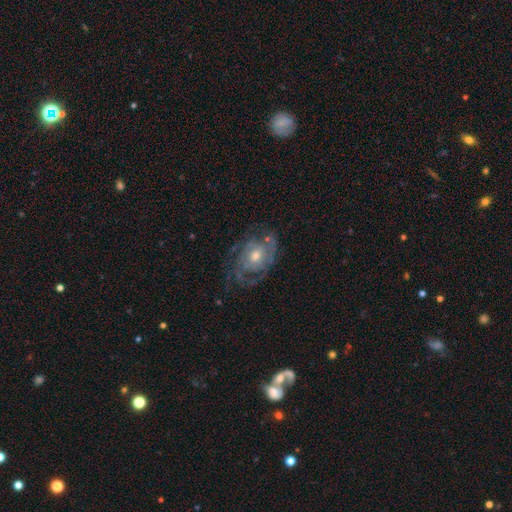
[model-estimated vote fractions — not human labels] A featured or disk galaxy (81%) with no bar (76%), tight (53%) spiral arms (87%) and a moderate central bulge (62%). Merging: none (62%).